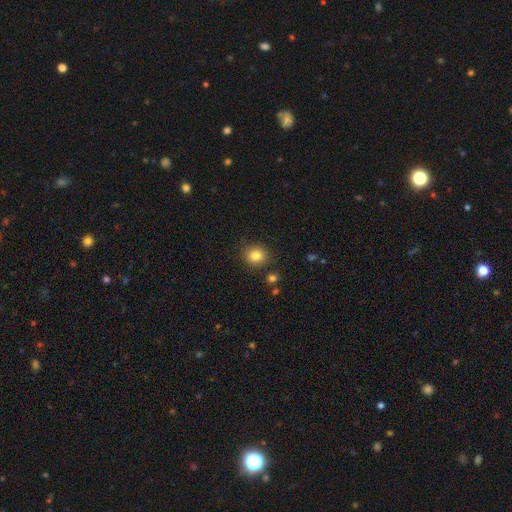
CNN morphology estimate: Smooth or featured? smooth (83%)
How rounded? round (82%)
Merging? none (86%)